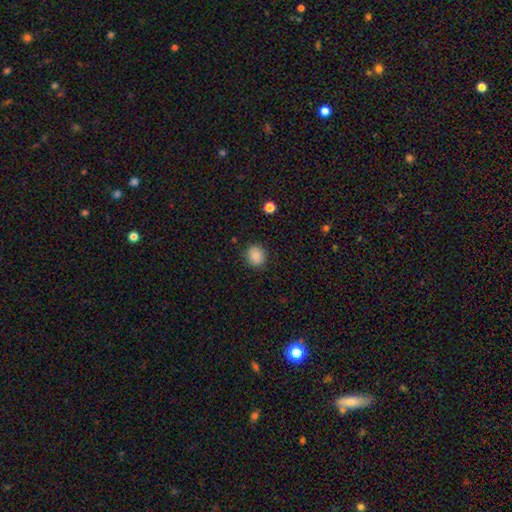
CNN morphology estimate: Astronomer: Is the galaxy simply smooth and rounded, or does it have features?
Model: smooth — 84%.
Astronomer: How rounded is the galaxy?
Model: round — 86%.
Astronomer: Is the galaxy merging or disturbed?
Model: none — 88%.